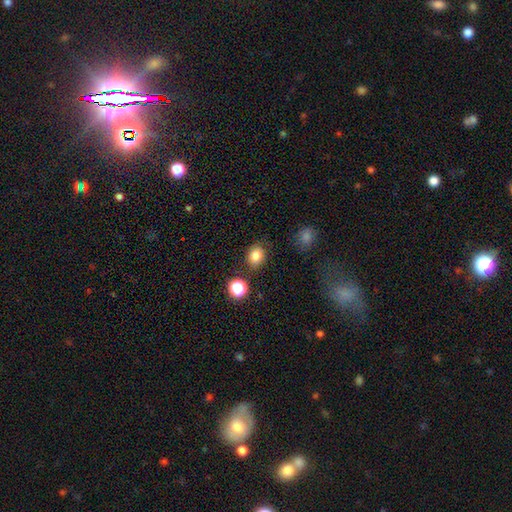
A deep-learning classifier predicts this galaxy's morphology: Smooth or featured? smooth (81%)
How rounded? round (61%)
Merging? none (80%)